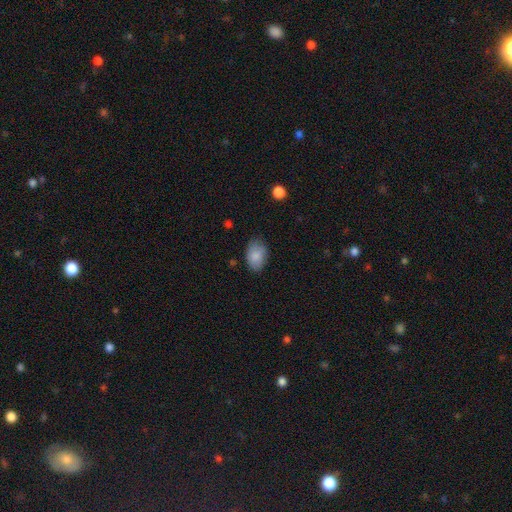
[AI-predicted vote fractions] Smooth or featured?
  - smooth: 86% *
  - featured or disk: 8%
  - star or artifact: 7%
How rounded?
  - in between: 89% *
  - round: 10%
  - cigar-shaped: 1%
Merging?
  - none: 76% *
  - minor disturbance: 19%
  - major disturbance: 4%
  - merger: 1%